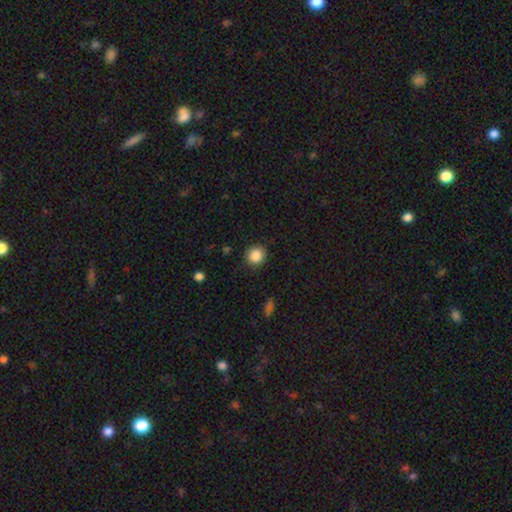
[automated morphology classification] A smooth galaxy with no disk features (87%) that is round (90%). Merging: none (88%).